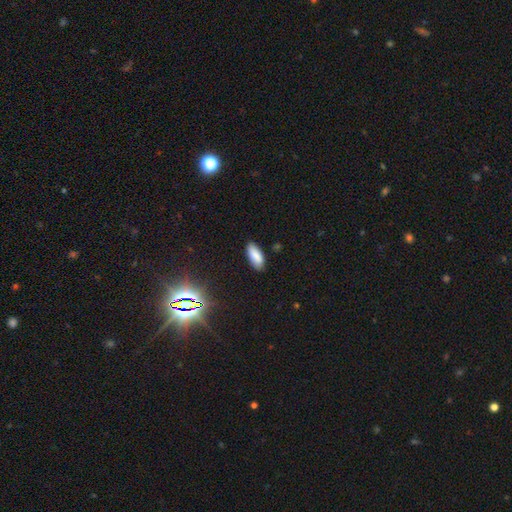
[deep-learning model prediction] Morphology: type=smooth (85%); roundness=in between (84%); merging=none (84%).